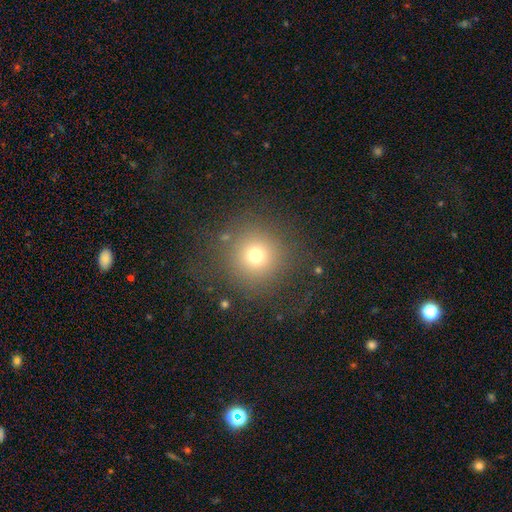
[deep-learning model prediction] smooth_or_featured: smooth (p=0.71) [alt: star or artifact p=0.18]
how_rounded: round (p=0.94) [alt: in between p=0.05]
merging: none (p=0.82) [alt: minor disturbance p=0.09]